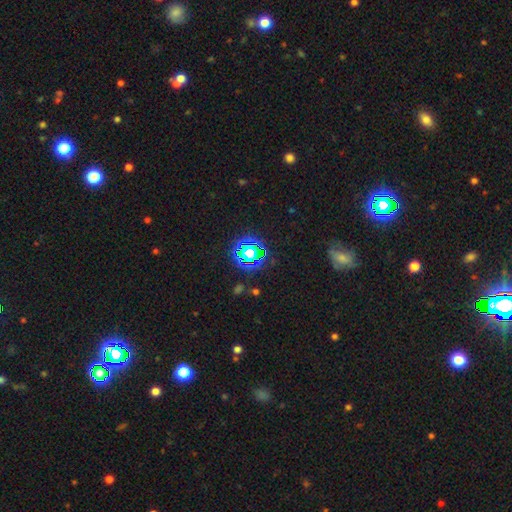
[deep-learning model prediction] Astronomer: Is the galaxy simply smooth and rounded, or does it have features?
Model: star or artifact — 72%.